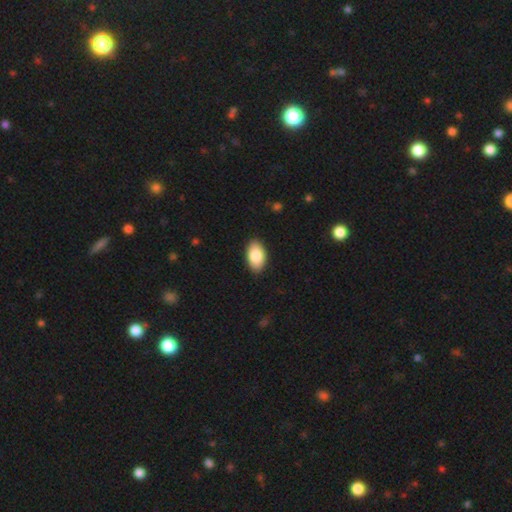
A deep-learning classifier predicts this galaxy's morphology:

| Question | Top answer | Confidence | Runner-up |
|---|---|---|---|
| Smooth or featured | smooth | 86% | featured or disk (8%) |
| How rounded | in between | 95% | round (4%) |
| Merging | none | 89% | minor disturbance (9%) |